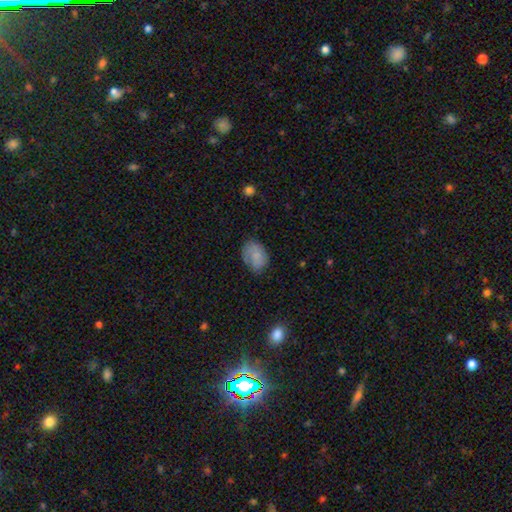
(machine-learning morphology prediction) smooth_or_featured: smooth (p=0.70) [alt: featured or disk p=0.22]
how_rounded: in between (p=0.77) [alt: round p=0.22]
merging: none (p=0.63) [alt: minor disturbance p=0.26]